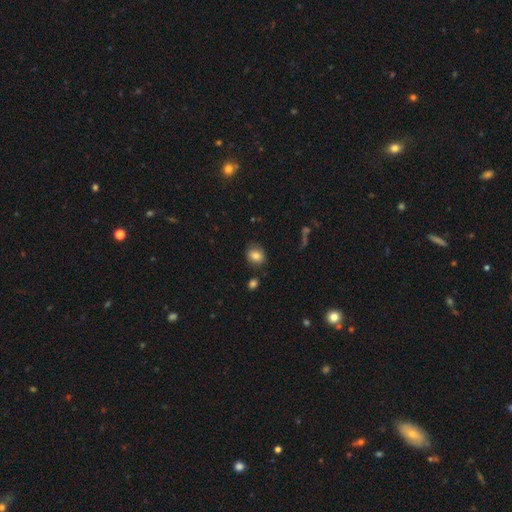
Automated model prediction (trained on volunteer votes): Morphology: type=smooth (79%); roundness=round (59%); merging=none (80%).